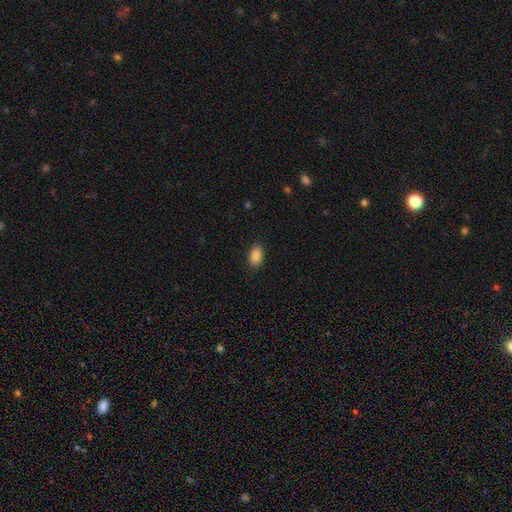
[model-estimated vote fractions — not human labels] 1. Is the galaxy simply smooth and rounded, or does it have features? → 88% smooth, 8% star or artifact, 4% featured or disk.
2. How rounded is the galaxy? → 90% in between, 8% round, 2% cigar-shaped.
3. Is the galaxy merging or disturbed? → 89% none, 8% minor disturbance, 2% major disturbance, 1% merger.